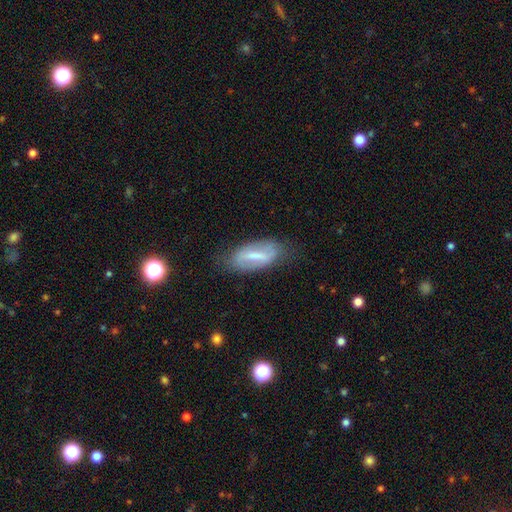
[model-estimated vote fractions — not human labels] Smooth or featured: featured or disk — 57% (smooth — 36%)
Edge-on disk: no — 86% (yes — 14%)
Merging: none — 72% (minor disturbance — 20%)